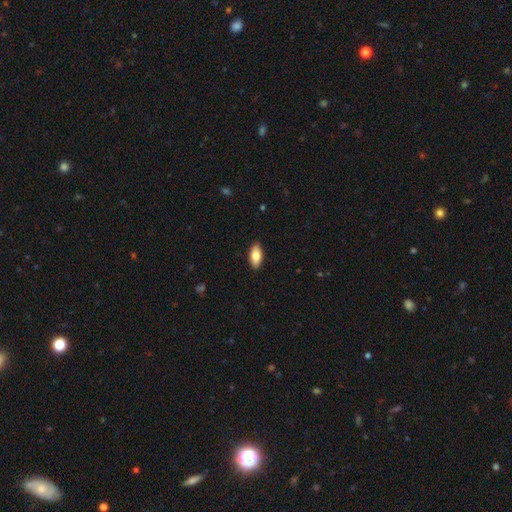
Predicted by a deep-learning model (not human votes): Q: Smooth or featured?
A: smooth (79%); runner-up: featured or disk (14%)
Q: How rounded?
A: in between (90%); runner-up: cigar-shaped (7%)
Q: Merging?
A: none (89%); runner-up: minor disturbance (8%)